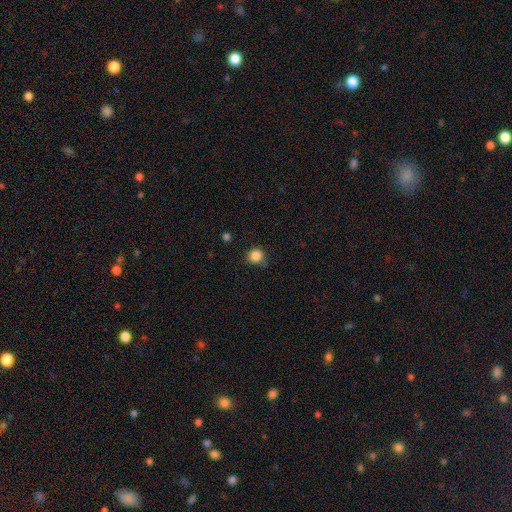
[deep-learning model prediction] This is clearly a smooth galaxy (85%). How rounded: clearly round (91%). Merging: likely none (77%).